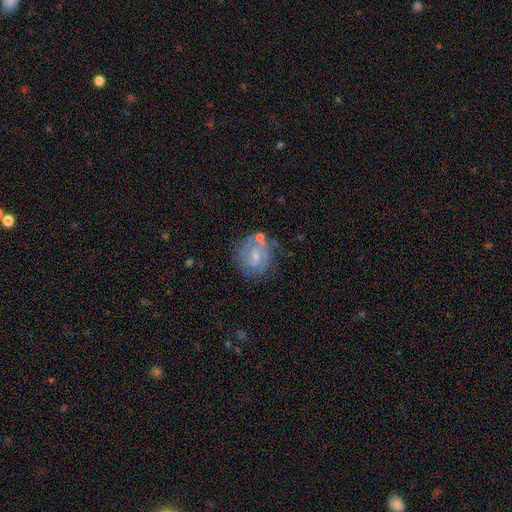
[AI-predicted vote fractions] A featured or disk galaxy (80%) with a weak bar (58%), 2 (62%) tight (52%) spiral arms (93%) and a small central bulge (60%).

Vote fractions:
- Smooth or featured? featured or disk: 80% / smooth: 13% / star or artifact: 7%
- Edge-on disk? no: 98% / yes: 2%
- Bar? weak: 58% / no: 26% / strong: 16%
- Spiral arms? yes: 93% / no: 7%
- Spiral winding? tight: 52% / medium: 38% / loose: 10%
- Spiral arm count? 2: 62% / can't tell: 18% / 3: 11% / 1: 4% / 4: 3% / more than 4: 2%
- Bulge size? small: 60% / moderate: 26% / none: 12% / large: 1% / dominant: 1%
- Merging? none: 65% / minor disturbance: 19% / major disturbance: 9% / merger: 7%